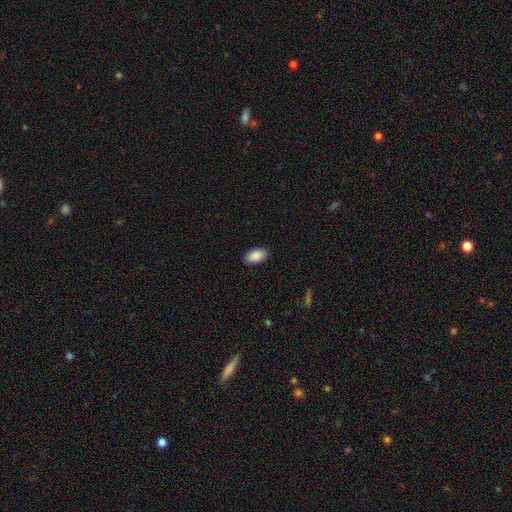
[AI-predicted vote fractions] This appears to be a smooth galaxy with no disk features (90%) that is in between round and cigar-shaped (95%). Merging: none (88%).